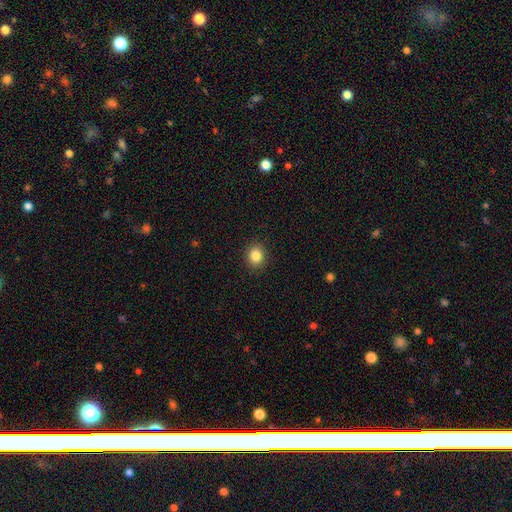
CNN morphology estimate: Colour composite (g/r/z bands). It shows a smooth galaxy with no disk features (85%) that is round (75%). Merging: none (91%).